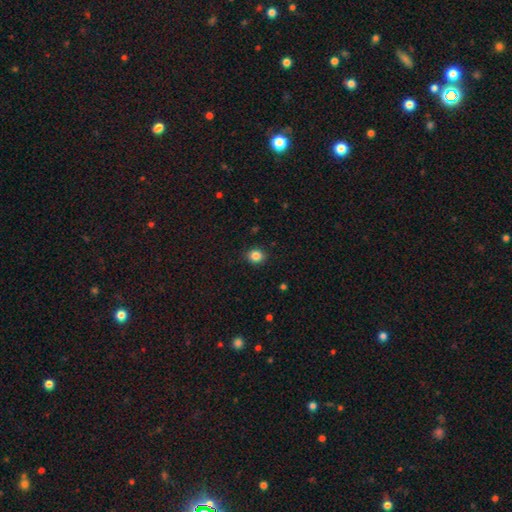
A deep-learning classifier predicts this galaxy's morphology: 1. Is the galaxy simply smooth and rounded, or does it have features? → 85% smooth, 11% star or artifact, 5% featured or disk.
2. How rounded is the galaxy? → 72% round, 28% in between, 1% cigar-shaped.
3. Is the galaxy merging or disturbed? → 88% none, 8% minor disturbance, 2% major disturbance, 1% merger.